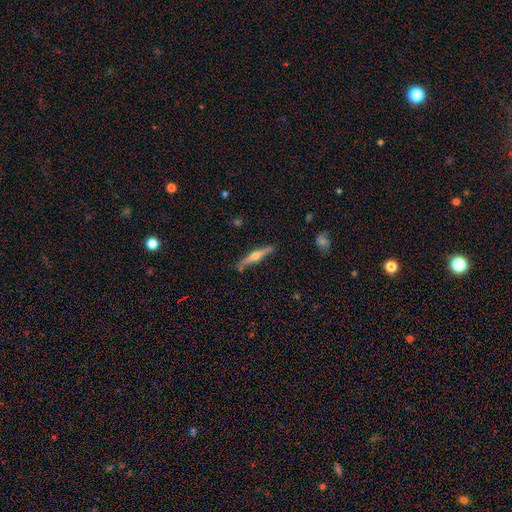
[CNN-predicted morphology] A featured or disk galaxy (69%) viewed edge-on (97%) with a rounded central bulge (93%). Merging: none (83%).